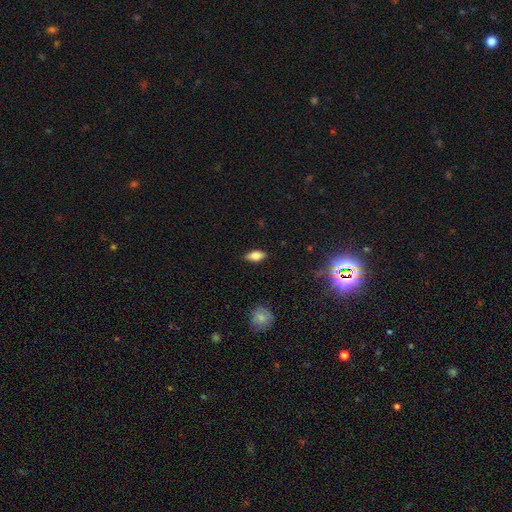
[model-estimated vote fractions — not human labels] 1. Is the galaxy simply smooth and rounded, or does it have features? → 76% smooth, 16% featured or disk, 8% star or artifact.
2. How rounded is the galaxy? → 82% in between, 15% cigar-shaped, 3% round.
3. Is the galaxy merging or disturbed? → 86% none, 10% minor disturbance, 2% major disturbance, 1% merger.